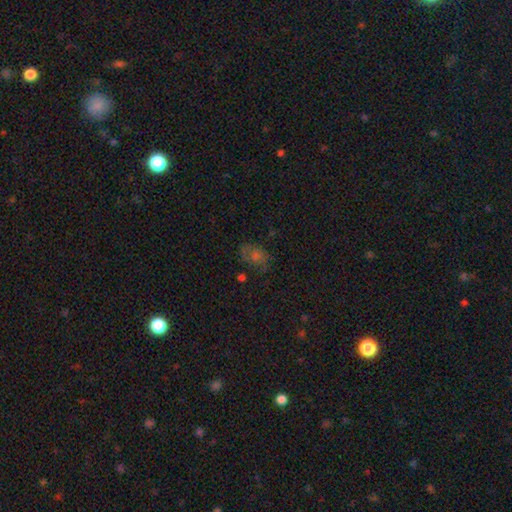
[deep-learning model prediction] Smooth or featured: smooth — 42% (star or artifact — 29%)
Merging: none — 64% (minor disturbance — 21%)